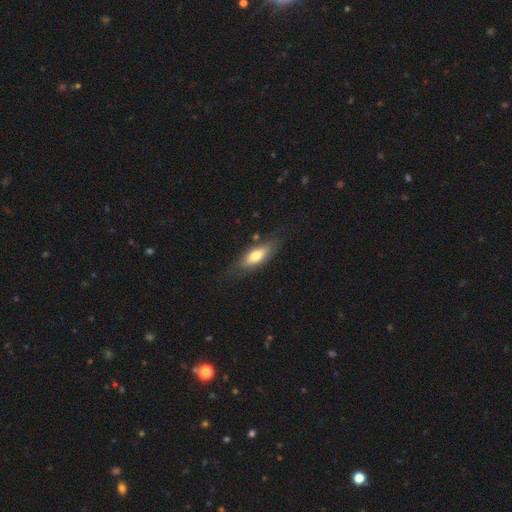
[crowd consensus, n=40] Smooth or featured? 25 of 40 (62%) said smooth. How rounded? 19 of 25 (76%) said in between. Merging? 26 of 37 (70%) said none.